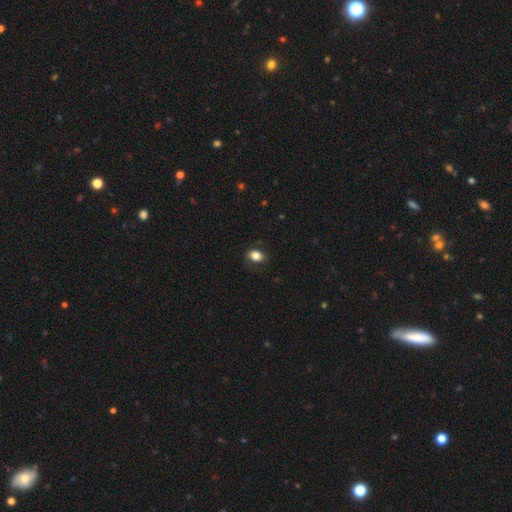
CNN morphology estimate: smooth_or_featured: smooth (p=0.82) [alt: star or artifact p=0.10]
how_rounded: in between (p=0.69) [alt: round p=0.30]
merging: none (p=0.80) [alt: minor disturbance p=0.15]